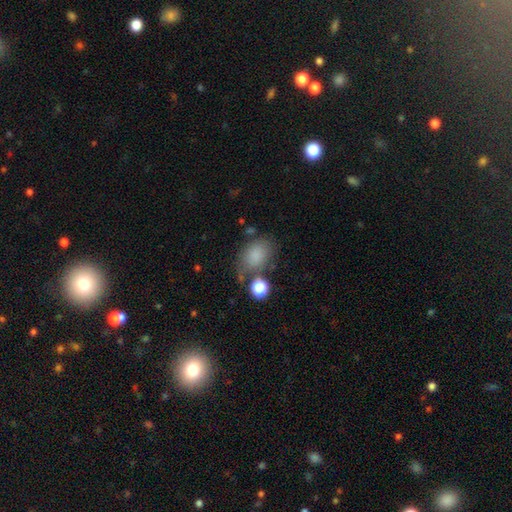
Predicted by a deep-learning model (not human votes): smooth-or-featured: smooth: 81% | star or artifact: 10% | featured or disk: 9%
  how-rounded: in between: 71% | round: 28% | cigar-shaped: 1%
  merging: none: 57% | minor disturbance: 23% | merger: 11% | major disturbance: 10%